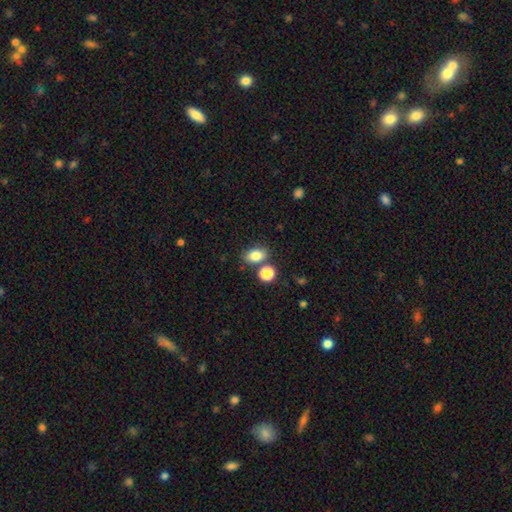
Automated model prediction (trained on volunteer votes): This is clearly a smooth galaxy (83%). How rounded: likely in between (77%). Merging: likely none (71%).